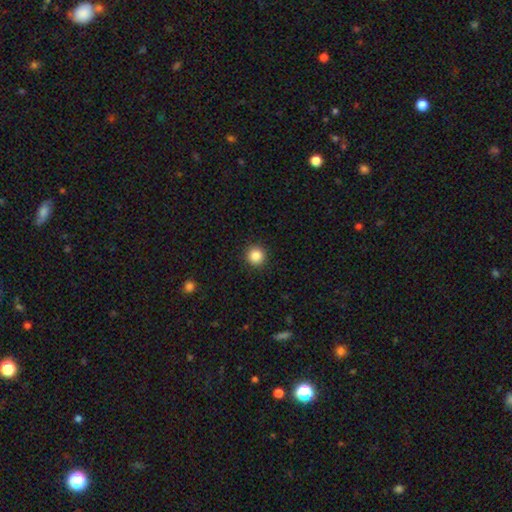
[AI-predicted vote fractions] smooth 86%, star or artifact 10%, featured or disk 4%. Down the decision tree: how rounded — round (95%); merging — none (92%).